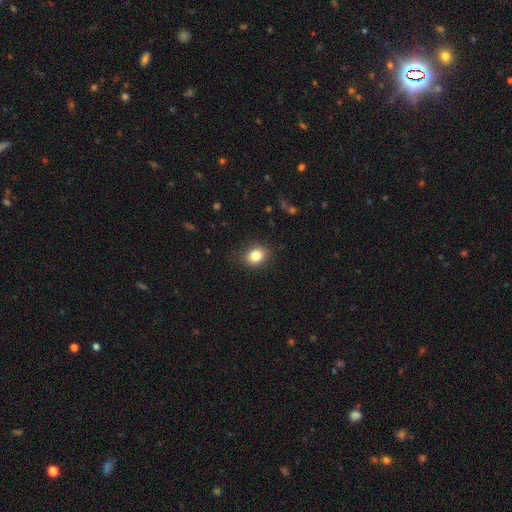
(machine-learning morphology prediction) Smooth or featured: smooth — 84% (star or artifact — 10%)
How rounded: round — 50% (in between — 49%)
Merging: none — 84% (minor disturbance — 12%)